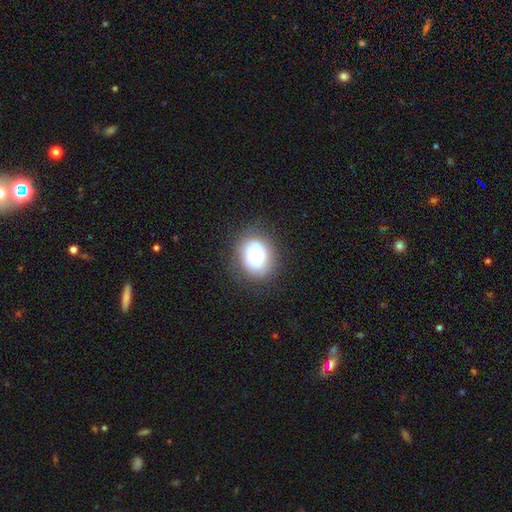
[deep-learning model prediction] Smooth or featured: smooth — 62% (featured or disk — 28%)
How rounded: round — 58% (in between — 41%)
Merging: none — 78% (minor disturbance — 15%)